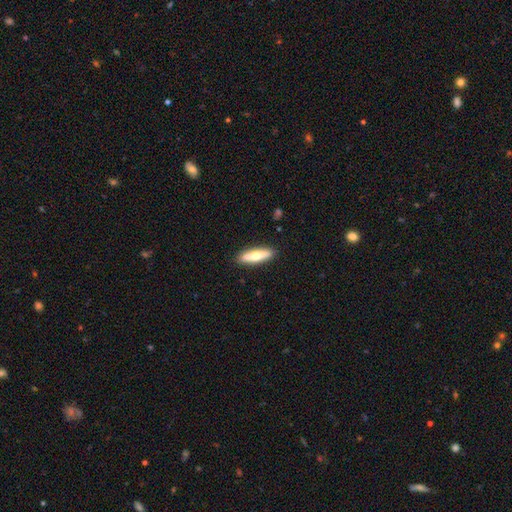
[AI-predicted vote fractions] A smooth galaxy with no disk features (56%) that is cigar-shaped (64%). Merging: none (90%).